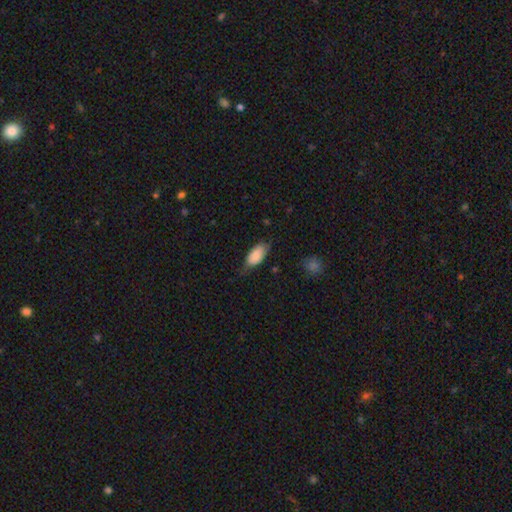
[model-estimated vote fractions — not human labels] smooth_or_featured: smooth (p=0.84) [alt: featured or disk p=0.10]
how_rounded: in between (p=0.92) [alt: cigar-shaped p=0.05]
merging: none (p=0.56) [alt: minor disturbance p=0.33]